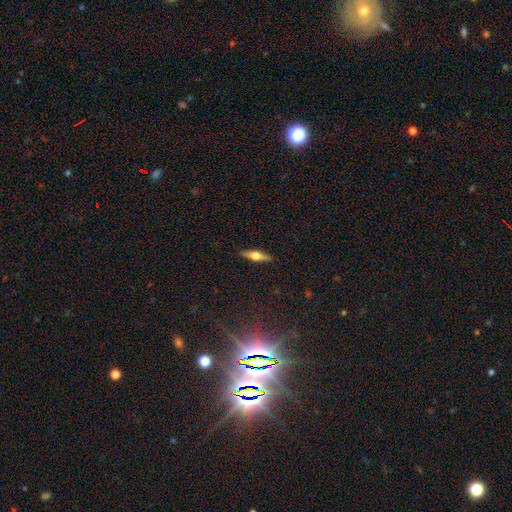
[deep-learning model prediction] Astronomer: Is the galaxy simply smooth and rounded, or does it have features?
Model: featured or disk — 60%.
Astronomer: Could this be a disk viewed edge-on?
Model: yes — 95%.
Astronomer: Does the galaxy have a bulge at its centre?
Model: rounded — 94%.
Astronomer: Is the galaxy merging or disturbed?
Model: none — 90%.